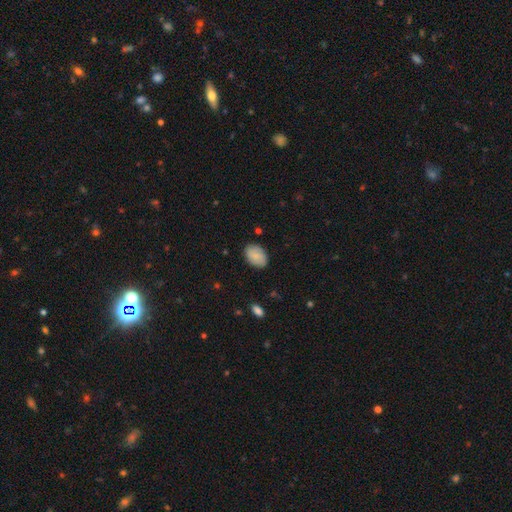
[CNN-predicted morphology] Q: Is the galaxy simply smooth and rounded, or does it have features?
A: smooth — 81%.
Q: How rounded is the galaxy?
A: in between — 84%.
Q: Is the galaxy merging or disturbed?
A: none — 83%.